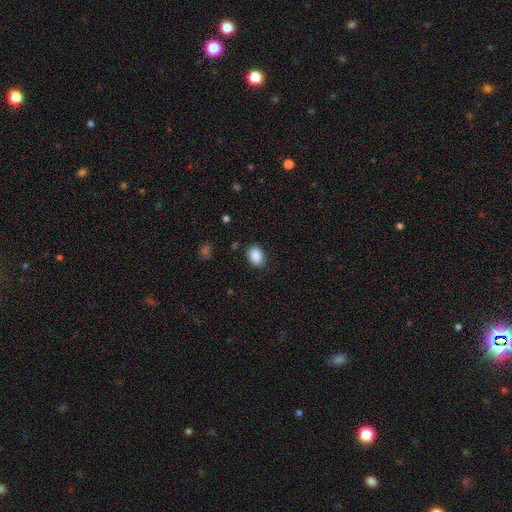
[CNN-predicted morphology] A smooth galaxy with no disk features (89%) that is in between round and cigar-shaped (76%).

Vote fractions:
- Smooth or featured? smooth: 89% / star or artifact: 8% / featured or disk: 3%
- How rounded? in between: 76% / round: 23% / cigar-shaped: 1%
- Merging? none: 85% / minor disturbance: 11% / major disturbance: 3% / merger: 1%